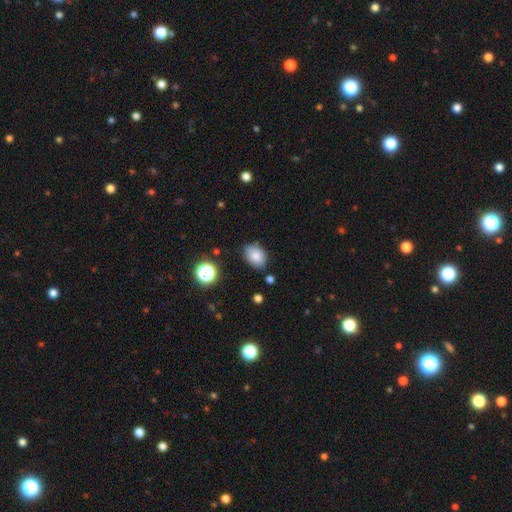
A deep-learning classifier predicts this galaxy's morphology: The model was most divided on "merging": none: 75%, minor disturbance: 19%, major disturbance: 3%, merger: 3%. More confident: smooth or featured — smooth (82%); how rounded — in between (79%).